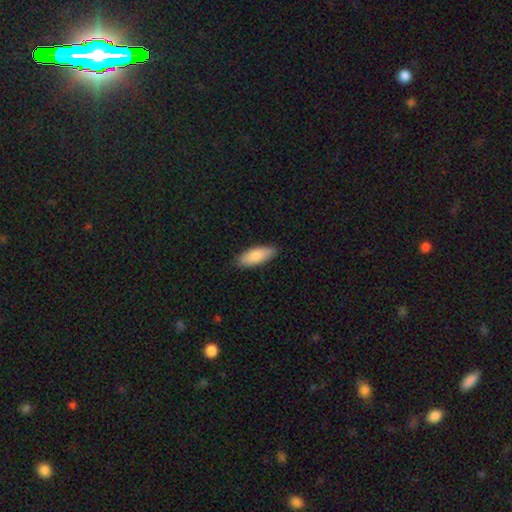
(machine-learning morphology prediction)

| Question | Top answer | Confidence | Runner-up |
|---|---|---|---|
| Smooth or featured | smooth | 85% | featured or disk (10%) |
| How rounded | in between | 74% | cigar-shaped (24%) |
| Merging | none | 87% | minor disturbance (10%) |